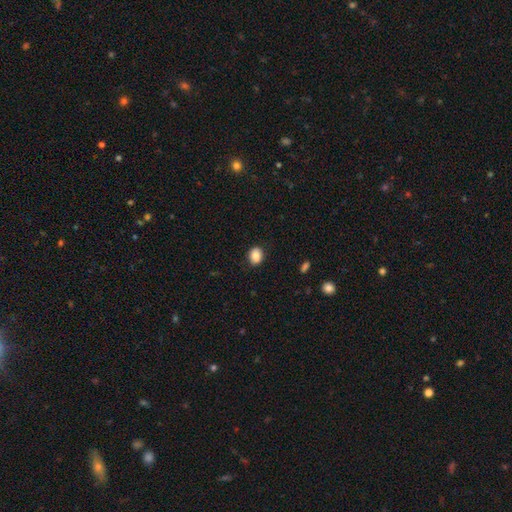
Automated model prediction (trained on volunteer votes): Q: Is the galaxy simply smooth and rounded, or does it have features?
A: smooth — 85%.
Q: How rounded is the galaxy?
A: round — 52%.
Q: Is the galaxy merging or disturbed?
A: none — 86%.